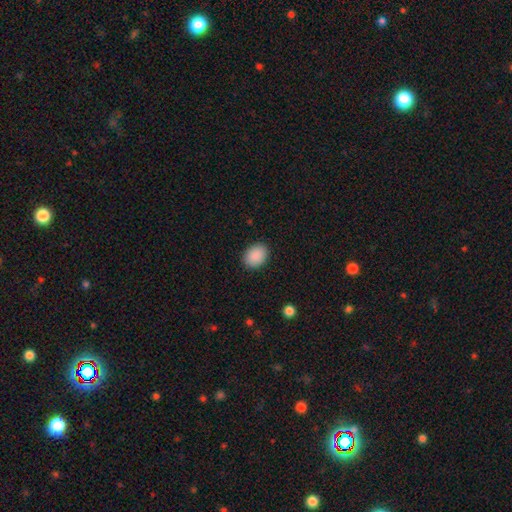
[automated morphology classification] smooth-or-featured: smooth: 90% | star or artifact: 7% | featured or disk: 3%
  how-rounded: in between: 66% | round: 33% | cigar-shaped: 1%
  merging: none: 89% | minor disturbance: 8% | major disturbance: 2% | merger: 1%